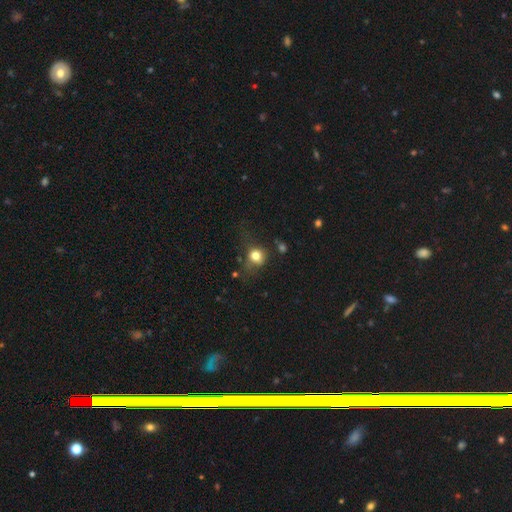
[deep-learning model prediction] Smooth or featured?
  - smooth: 77% *
  - star or artifact: 12%
  - featured or disk: 11%
How rounded?
  - round: 76% *
  - in between: 23%
  - cigar-shaped: 1%
Merging?
  - none: 51% *
  - minor disturbance: 25%
  - major disturbance: 19%
  - merger: 5%